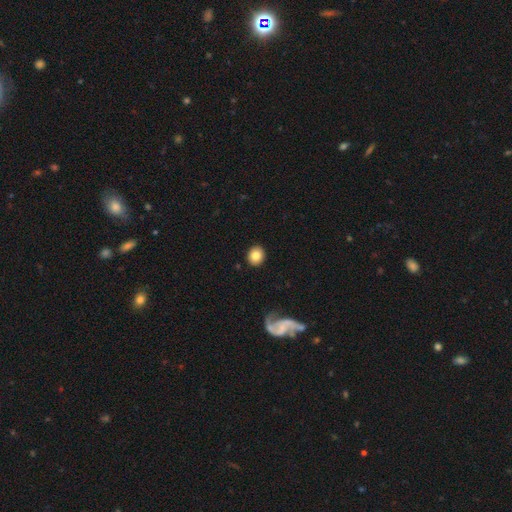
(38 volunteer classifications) Smooth or featured?
  - smooth: 79% *
  - featured or disk: 13%
  - star or artifact: 8%
How rounded?
  - round: 90% *
  - in between: 10%
  - cigar-shaped: 0%
Merging?
  - none: 97% *
  - merger: 3%
  - minor disturbance: 0%
  - major disturbance: 0%